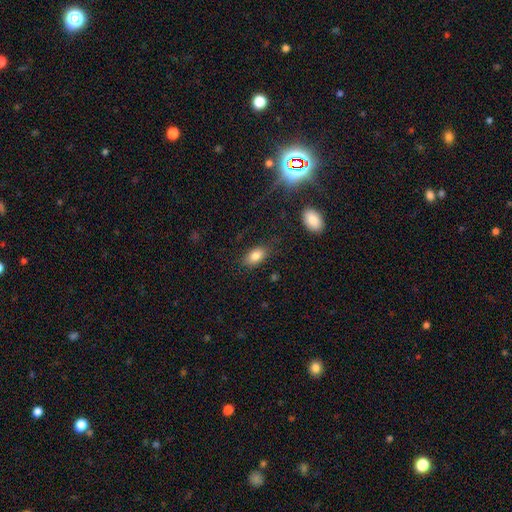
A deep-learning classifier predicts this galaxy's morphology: A smooth galaxy with no disk features (83%) that is in between round and cigar-shaped (89%).

Vote fractions:
- Smooth or featured? smooth: 83% / star or artifact: 9% / featured or disk: 8%
- How rounded? in between: 89% / round: 8% / cigar-shaped: 3%
- Merging? none: 81% / minor disturbance: 13% / major disturbance: 4% / merger: 2%